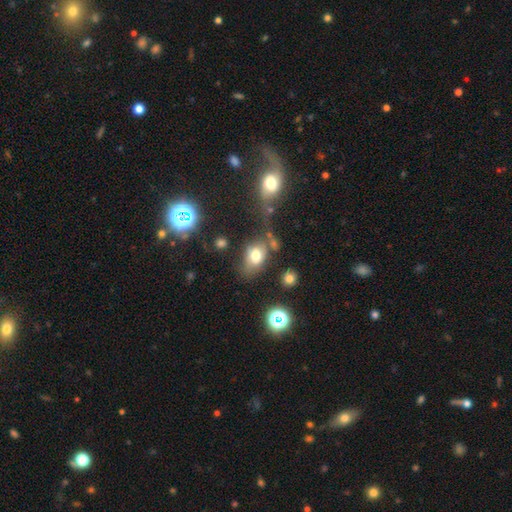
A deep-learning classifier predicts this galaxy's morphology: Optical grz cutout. It shows a smooth galaxy with no disk features (71%) that is in between round and cigar-shaped (77%). Merging: none (52%).